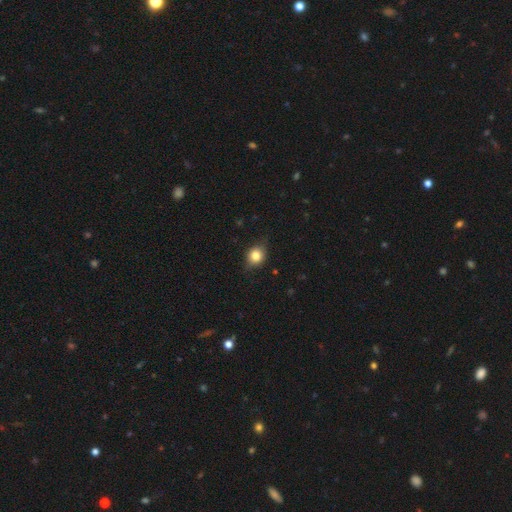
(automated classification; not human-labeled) Smooth or featured? Predicted: smooth (p=0.80). How rounded? Predicted: round (p=0.61). Merging? Predicted: none (p=0.77).